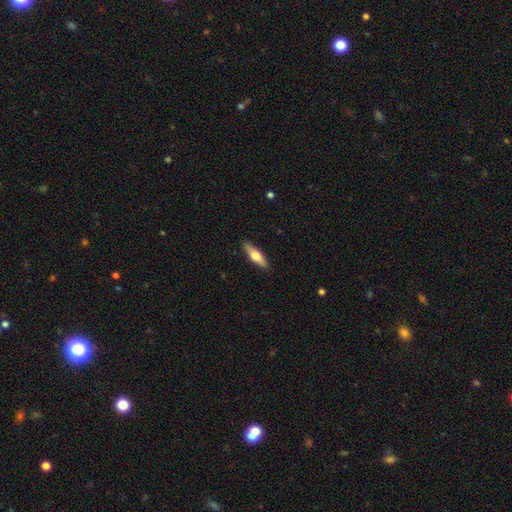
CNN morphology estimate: smooth-or-featured: smooth: 56% | featured or disk: 38% | star or artifact: 6%
  how-rounded: cigar-shaped: 59% | in between: 38% | round: 2%
  merging: none: 89% | minor disturbance: 8% | major disturbance: 2% | merger: 1%